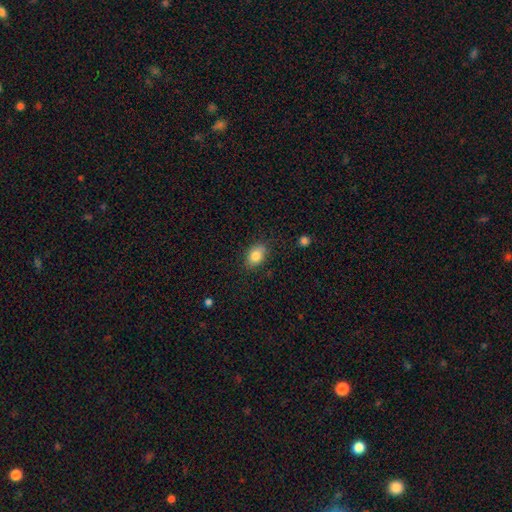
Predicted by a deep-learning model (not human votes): This appears to be a smooth galaxy with no disk features (83%) that is in between round and cigar-shaped (81%). Merging: none (83%).